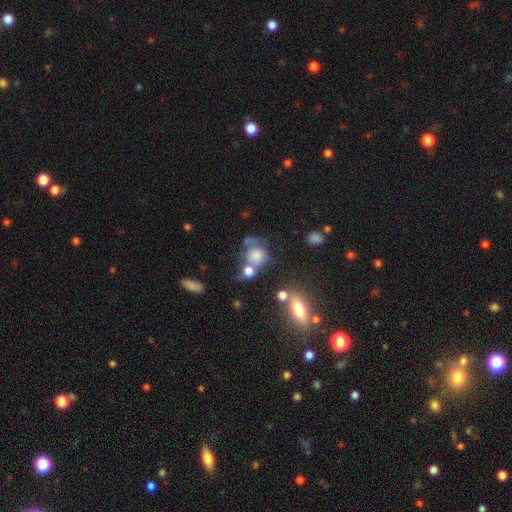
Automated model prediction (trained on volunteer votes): smooth_or_featured: smooth (p=0.67) [alt: featured or disk p=0.19]
how_rounded: round (p=0.73) [alt: in between p=0.25]
merging: merger (p=0.33) [alt: none p=0.32]